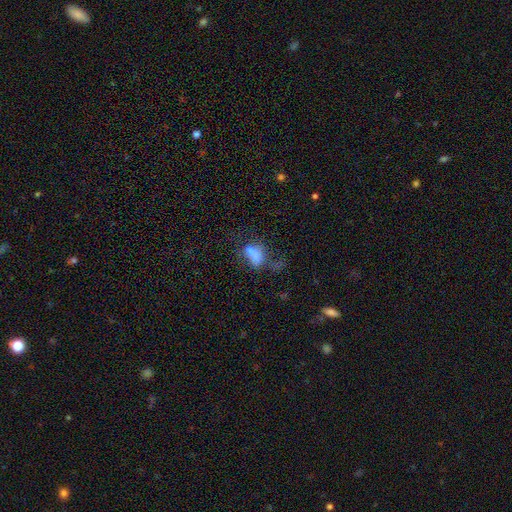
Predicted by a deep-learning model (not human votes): A smooth galaxy with no disk features (61%) that is in between round and cigar-shaped (81%).

Vote fractions:
- Smooth or featured? smooth: 61% / featured or disk: 23% / star or artifact: 16%
- How rounded? in between: 81% / round: 14% / cigar-shaped: 5%
- Merging? major disturbance: 32% / merger: 25% / none: 24% / minor disturbance: 19%